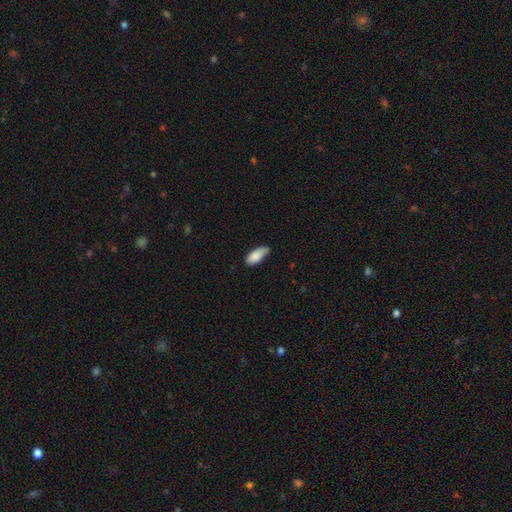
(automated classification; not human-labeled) Smooth or featured? Predicted: smooth (p=0.87). How rounded? Predicted: in between (p=0.86). Merging? Predicted: none (p=0.60).